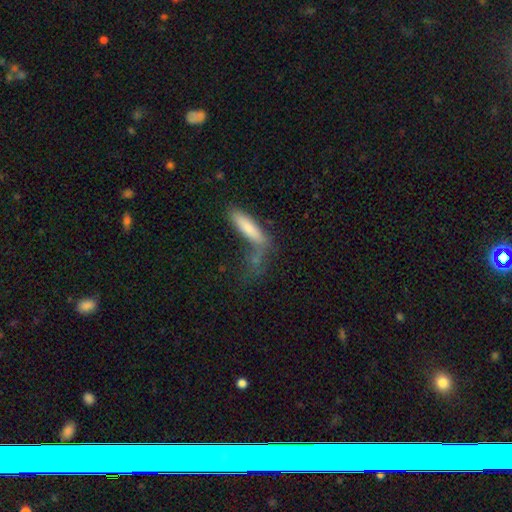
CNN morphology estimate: smooth_or_featured: smooth (p=0.43) [alt: featured or disk p=0.38]
merging: major disturbance (p=0.32) [alt: none p=0.31]